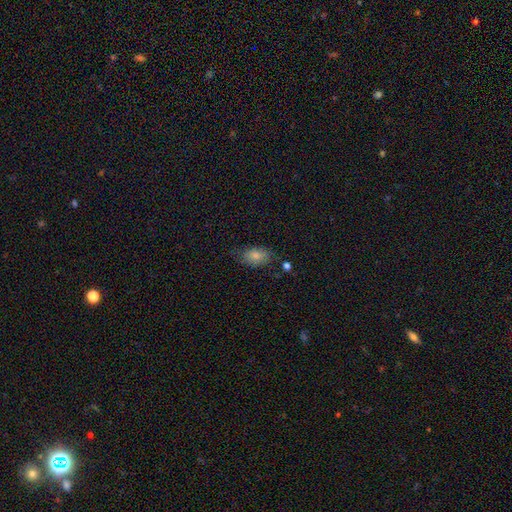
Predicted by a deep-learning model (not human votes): Smooth or featured? Predicted: smooth (p=0.80). How rounded? Predicted: in between (p=0.89). Merging? Predicted: none (p=0.65).